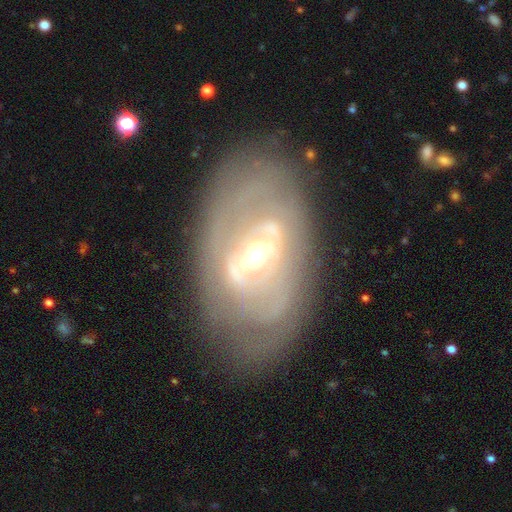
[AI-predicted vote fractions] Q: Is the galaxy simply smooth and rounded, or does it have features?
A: featured or disk — 79%.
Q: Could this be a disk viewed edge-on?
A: no — 92%.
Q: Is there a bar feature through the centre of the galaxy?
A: weak — 40%.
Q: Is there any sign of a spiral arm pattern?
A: yes — 64%.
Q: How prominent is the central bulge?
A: moderate — 60%.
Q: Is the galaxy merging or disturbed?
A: none — 71%.